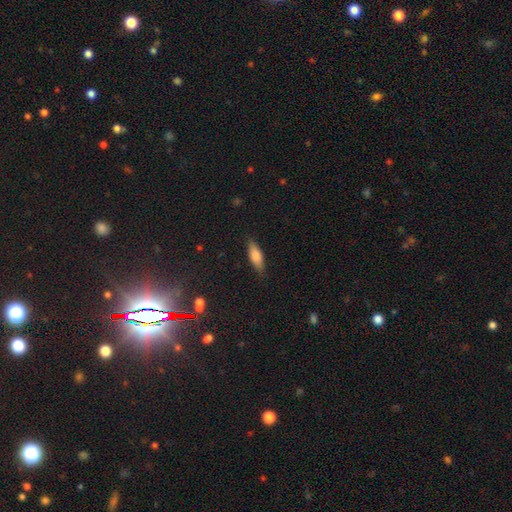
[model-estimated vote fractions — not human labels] Smooth or featured? smooth (77%)
How rounded? in between (60%)
Merging? none (84%)